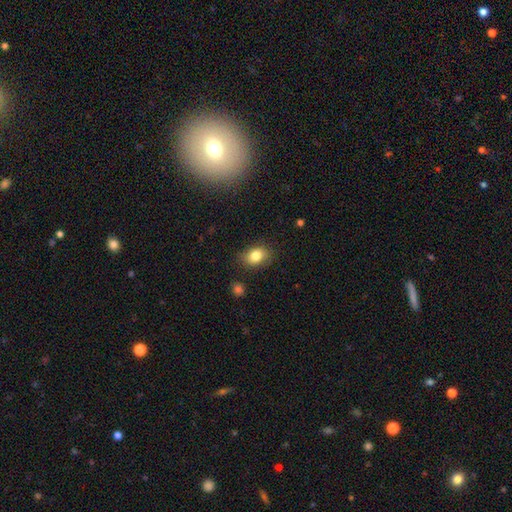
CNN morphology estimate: smooth 82%, star or artifact 9%, featured or disk 9%. Down the decision tree: how rounded — in between (71%); merging — none (80%).